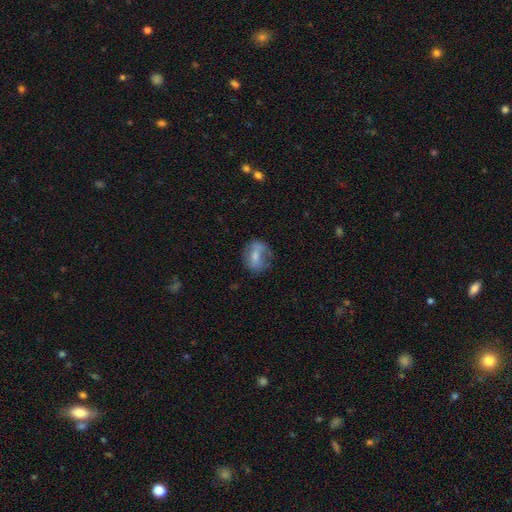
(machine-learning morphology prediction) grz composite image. It shows a smooth galaxy with no disk features (59%) that is in between round and cigar-shaped (56%). Merging: none (54%).